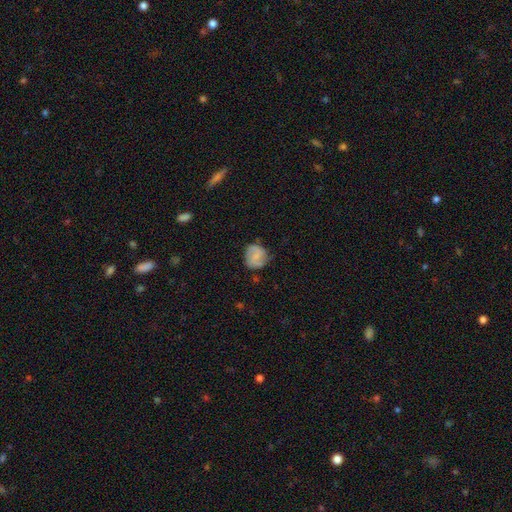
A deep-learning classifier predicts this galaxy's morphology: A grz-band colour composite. It shows a smooth galaxy with no disk features (54%) that is round (77%). Merging: none (62%).